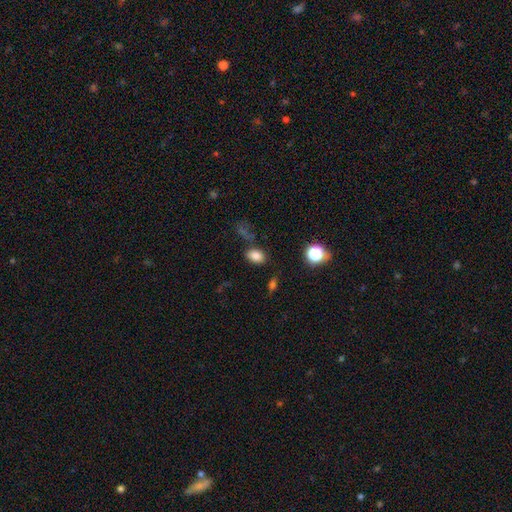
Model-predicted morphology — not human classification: Q: Smooth or featured?
A: smooth (81%); runner-up: star or artifact (13%)
Q: How rounded?
A: in between (79%); runner-up: round (20%)
Q: Merging?
A: none (77%); runner-up: minor disturbance (14%)